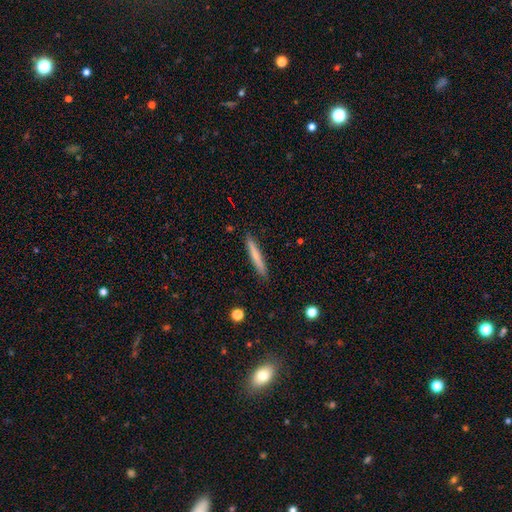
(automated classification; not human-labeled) A smooth galaxy with no disk features (68%) that is cigar-shaped (95%). Merging: none (90%).